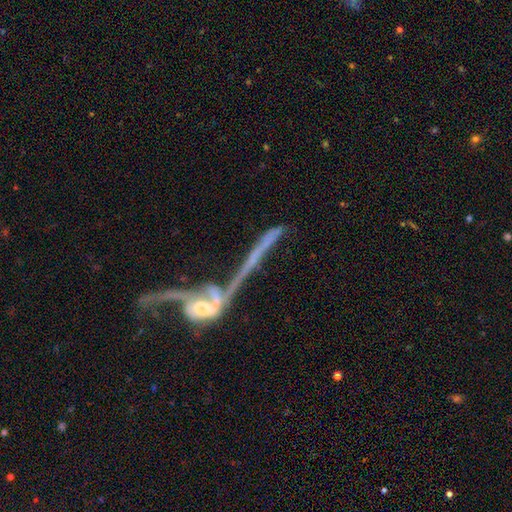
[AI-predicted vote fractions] featured or disk 72%, smooth 16%, star or artifact 12%. Down the decision tree: edge-on disk — no (54%); merging — merger (50%).